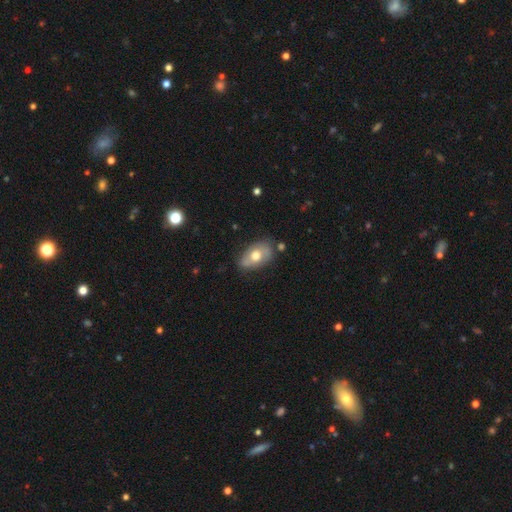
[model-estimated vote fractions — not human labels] smooth_or_featured: smooth (p=0.57) [alt: featured or disk p=0.36]
how_rounded: in between (p=0.89) [alt: round p=0.10]
merging: none (p=0.68) [alt: minor disturbance p=0.23]